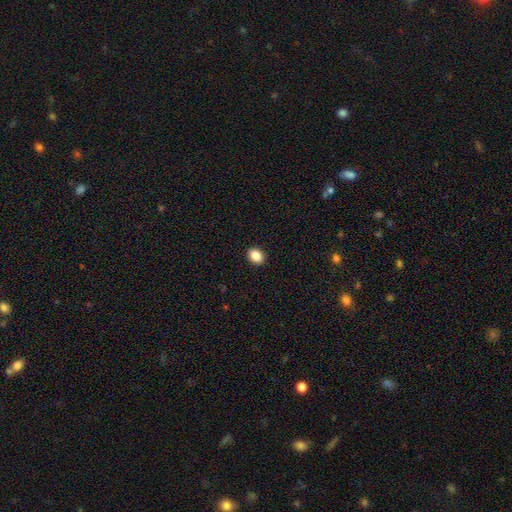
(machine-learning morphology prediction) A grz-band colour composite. It shows a smooth galaxy with no disk features (86%) that is in between round and cigar-shaped (55%). Merging: none (92%).